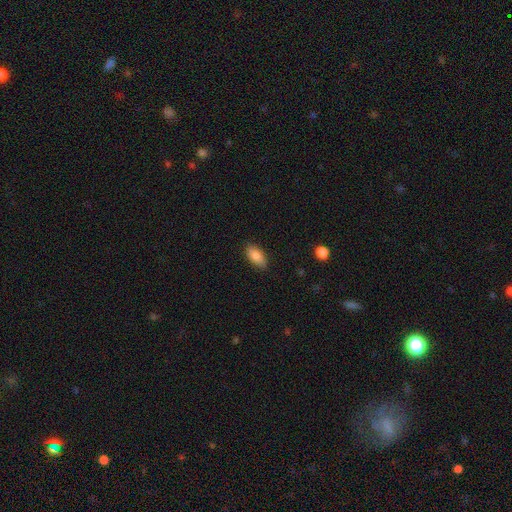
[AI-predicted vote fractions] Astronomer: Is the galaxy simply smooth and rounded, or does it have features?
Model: smooth — 87%.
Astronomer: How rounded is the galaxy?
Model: in between — 89%.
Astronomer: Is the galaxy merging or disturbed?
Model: none — 85%.